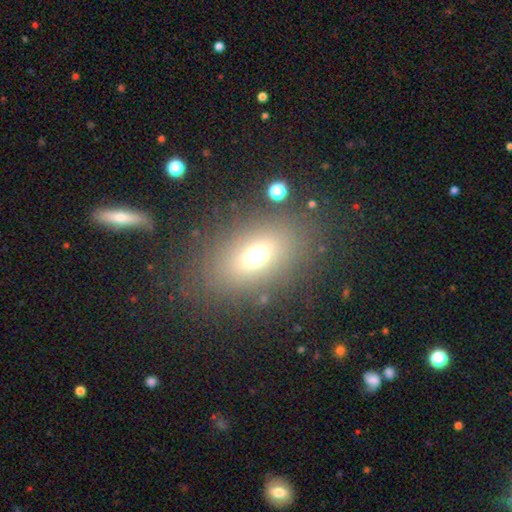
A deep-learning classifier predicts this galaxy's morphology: smooth-or-featured: smooth: 64% | featured or disk: 18% | star or artifact: 18%
  how-rounded: in between: 74% | round: 23% | cigar-shaped: 3%
  merging: none: 80% | minor disturbance: 10% | major disturbance: 7% | merger: 3%